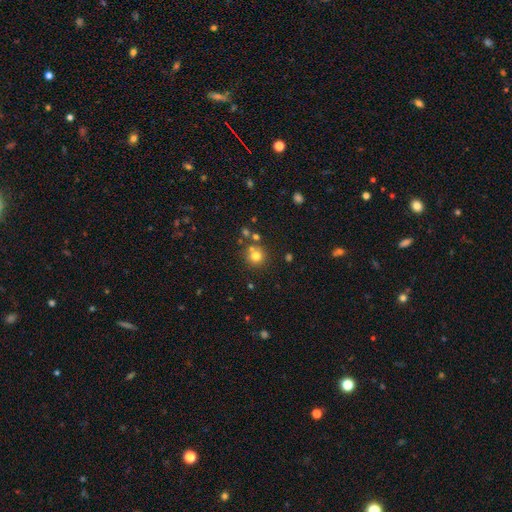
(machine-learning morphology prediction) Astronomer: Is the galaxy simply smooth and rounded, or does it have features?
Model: smooth — 74%.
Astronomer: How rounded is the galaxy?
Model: round — 91%.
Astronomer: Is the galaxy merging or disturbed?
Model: none — 71%.